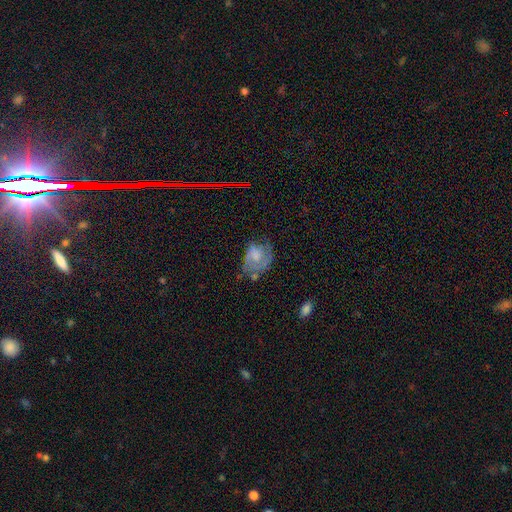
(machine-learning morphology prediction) A featured or disk galaxy (61%) with no bar (60%), spiral arms (79%) and a small central bulge (33%).

Vote fractions:
- Smooth or featured? featured or disk: 61% / smooth: 31% / star or artifact: 8%
- Edge-on disk? no: 97% / yes: 3%
- Bar? no: 60% / weak: 34% / strong: 6%
- Spiral arms? yes: 79% / no: 21%
- Bulge size? small: 33% / moderate: 31% / none: 27% / large: 7% / dominant: 2%
- Merging? none: 45% / minor disturbance: 28% / major disturbance: 22% / merger: 5%